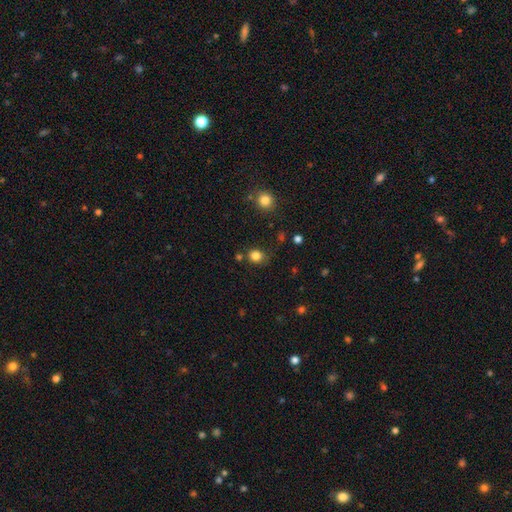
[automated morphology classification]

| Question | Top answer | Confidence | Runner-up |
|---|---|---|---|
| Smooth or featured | smooth | 83% | star or artifact (13%) |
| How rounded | round | 72% | in between (27%) |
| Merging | none | 77% | minor disturbance (14%) |